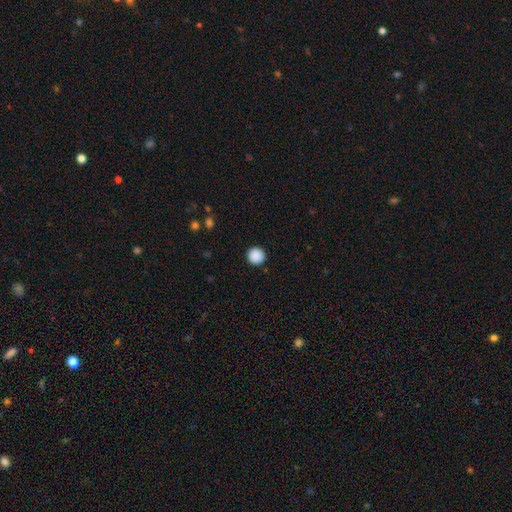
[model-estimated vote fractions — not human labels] Smooth or featured?
  - smooth: 89% *
  - star or artifact: 9%
  - featured or disk: 2%
How rounded?
  - round: 95% *
  - in between: 4%
  - cigar-shaped: 1%
Merging?
  - none: 92% *
  - minor disturbance: 5%
  - major disturbance: 2%
  - merger: 1%